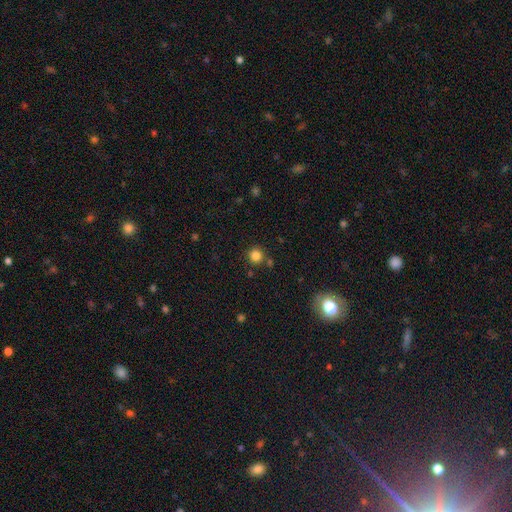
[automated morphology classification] smooth-or-featured: smooth: 83% | star or artifact: 13% | featured or disk: 4%
  how-rounded: round: 94% | in between: 5% | cigar-shaped: 1%
  merging: none: 84% | minor disturbance: 7% | merger: 6% | major disturbance: 3%